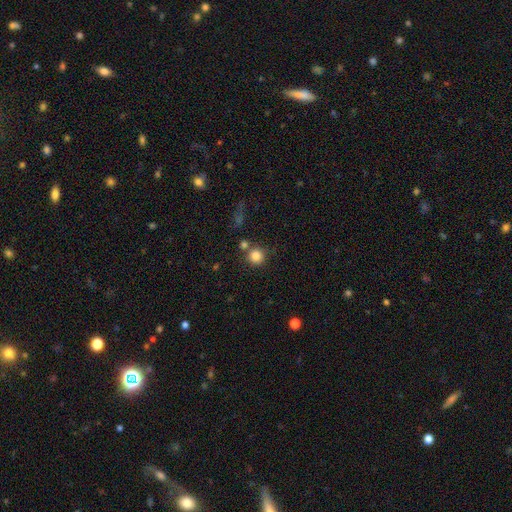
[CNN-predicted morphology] smooth_or_featured: smooth (p=0.84) [alt: star or artifact p=0.11]
how_rounded: round (p=0.93) [alt: in between p=0.06]
merging: none (p=0.72) [alt: merger p=0.15]